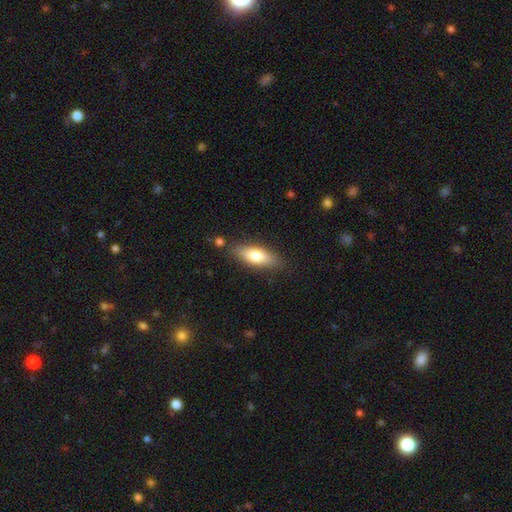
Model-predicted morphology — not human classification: smooth-or-featured: smooth: 72% | featured or disk: 22% | star or artifact: 6%
  how-rounded: in between: 65% | cigar-shaped: 33% | round: 3%
  merging: none: 81% | minor disturbance: 13% | merger: 3% | major disturbance: 3%